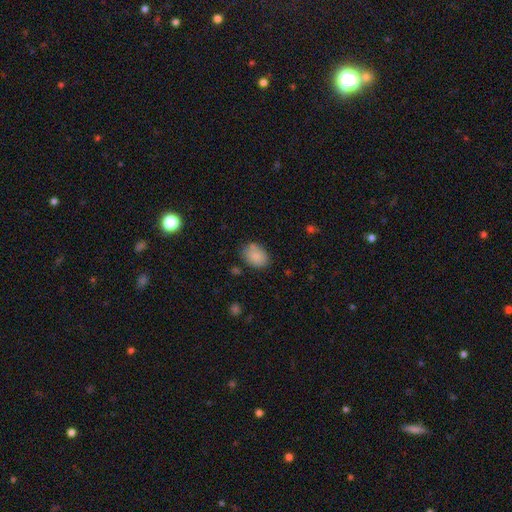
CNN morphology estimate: type=smooth (86%); roundness=in between (73%); merging=none (74%).